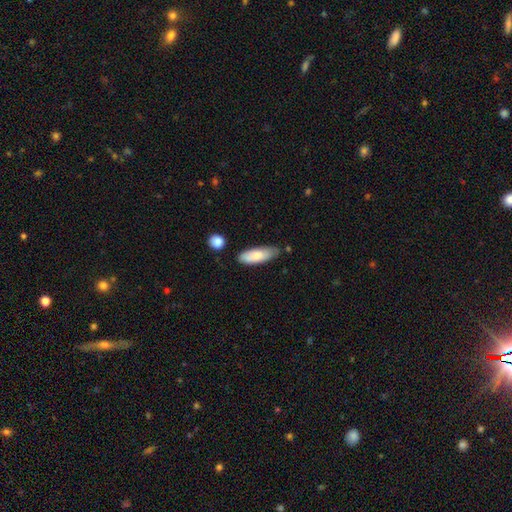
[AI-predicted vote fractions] A smooth galaxy with no disk features (78%) that is in between round and cigar-shaped (63%). Merging: none (68%).